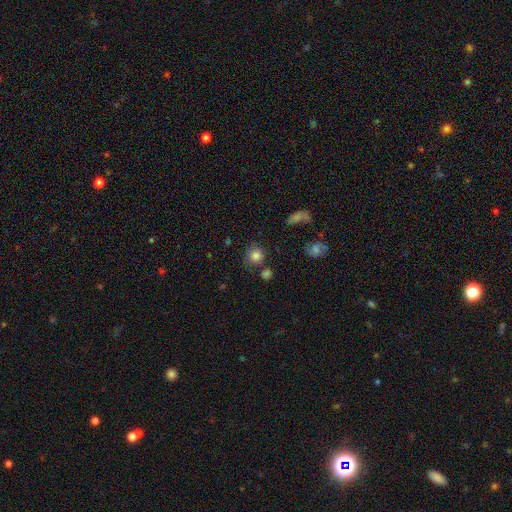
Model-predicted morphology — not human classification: Smooth or featured?
  - smooth: 82% *
  - star or artifact: 11%
  - featured or disk: 7%
How rounded?
  - round: 86% *
  - in between: 13%
  - cigar-shaped: 1%
Merging?
  - none: 69% *
  - minor disturbance: 16%
  - merger: 9%
  - major disturbance: 6%